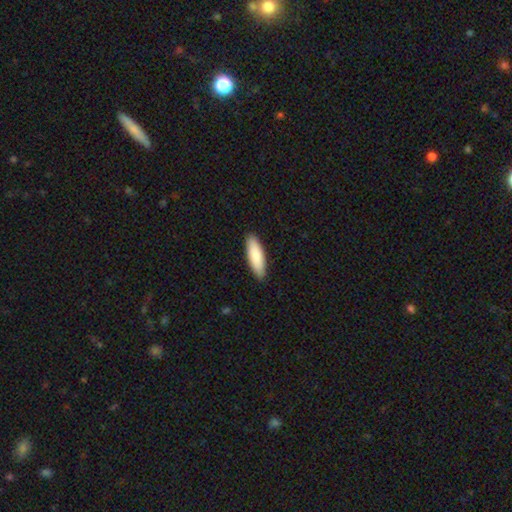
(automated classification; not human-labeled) A smooth galaxy with no disk features (86%) that is cigar-shaped (50%). Merging: none (89%).